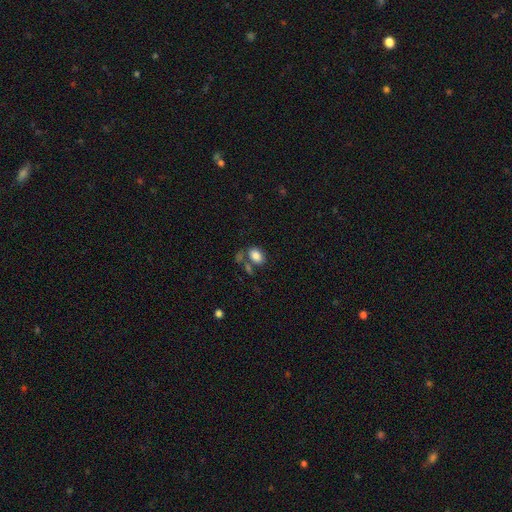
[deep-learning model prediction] Smooth or featured: smooth — 83% (star or artifact — 9%)
How rounded: in between — 82% (round — 17%)
Merging: none — 54% (merger — 24%)